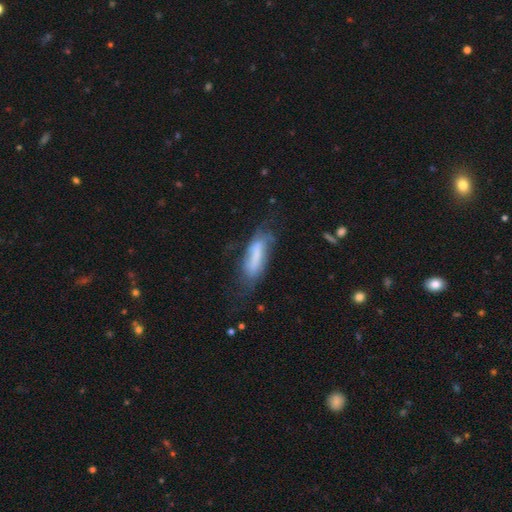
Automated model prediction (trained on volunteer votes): Smooth or featured? smooth (48%)
Merging? none (43%)